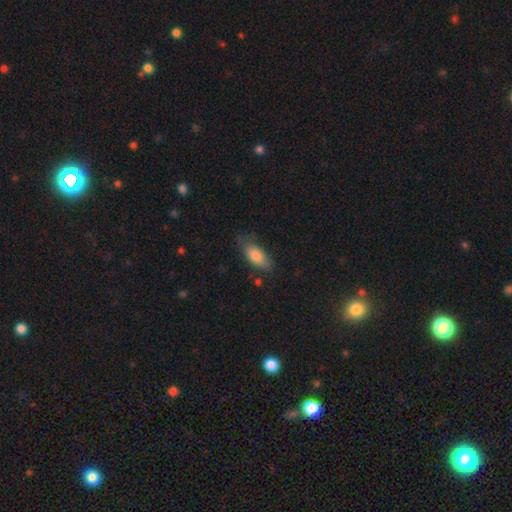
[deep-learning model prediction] Smooth or featured: smooth — 81% (featured or disk — 12%)
How rounded: in between — 84% (cigar-shaped — 13%)
Merging: none — 66% (minor disturbance — 24%)